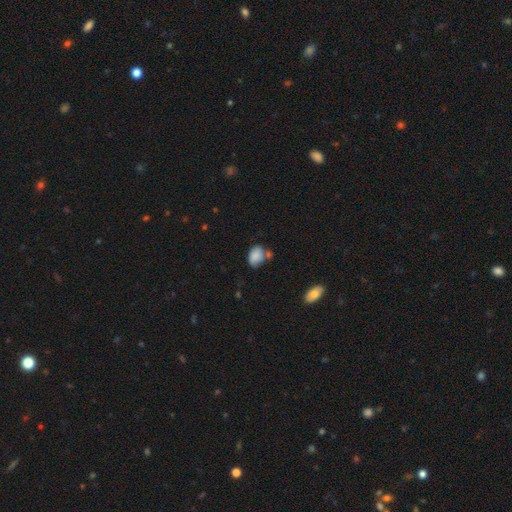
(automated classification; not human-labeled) smooth_or_featured: smooth (p=0.80) [alt: featured or disk p=0.11]
how_rounded: in between (p=0.74) [alt: round p=0.25]
merging: none (p=0.48) [alt: minor disturbance p=0.28]